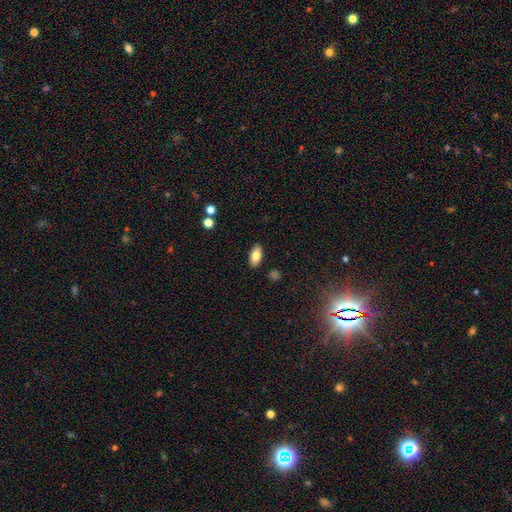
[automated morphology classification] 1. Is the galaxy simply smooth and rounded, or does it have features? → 78% smooth, 14% featured or disk, 8% star or artifact.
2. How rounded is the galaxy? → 90% in between, 6% cigar-shaped, 3% round.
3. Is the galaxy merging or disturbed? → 88% none, 8% minor disturbance, 2% major disturbance, 1% merger.